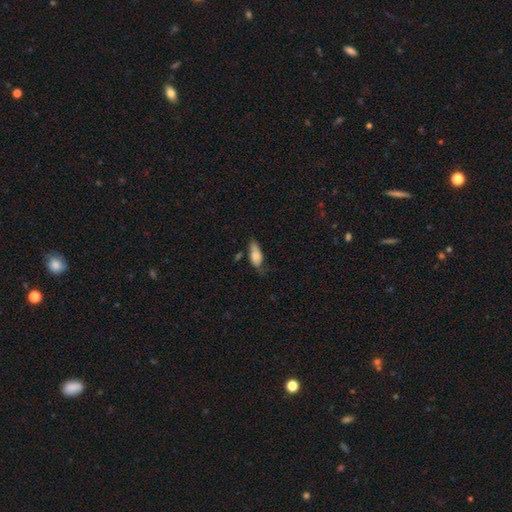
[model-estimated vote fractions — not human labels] This is likely a smooth galaxy (77%). How rounded: clearly in between (80%). Merging: marginally none (44%).